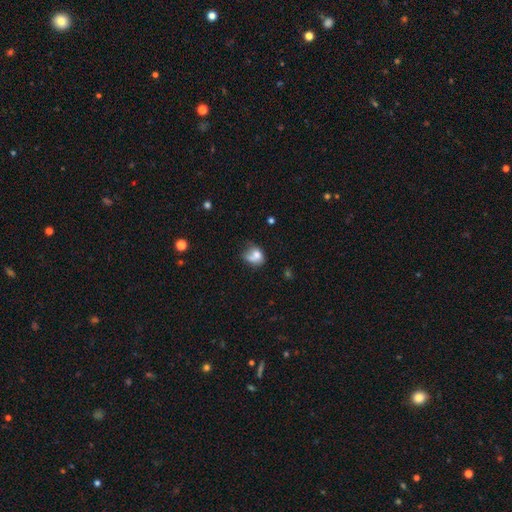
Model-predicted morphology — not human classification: A smooth galaxy with no disk features (68%) that is in between round and cigar-shaped (54%). Merging: none (30%).